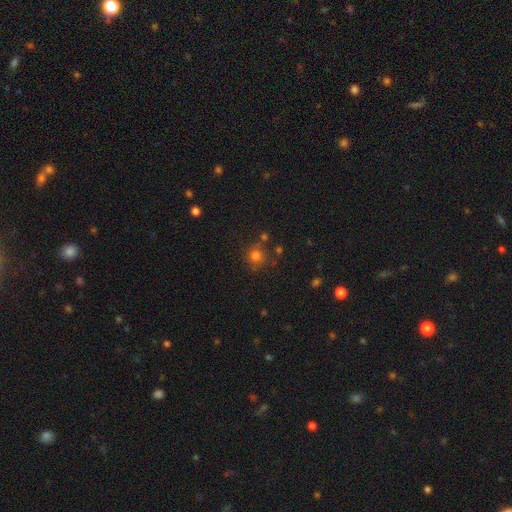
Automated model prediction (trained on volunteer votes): This is likely a smooth galaxy (77%). How rounded: clearly round (90%). Merging: likely none (74%).